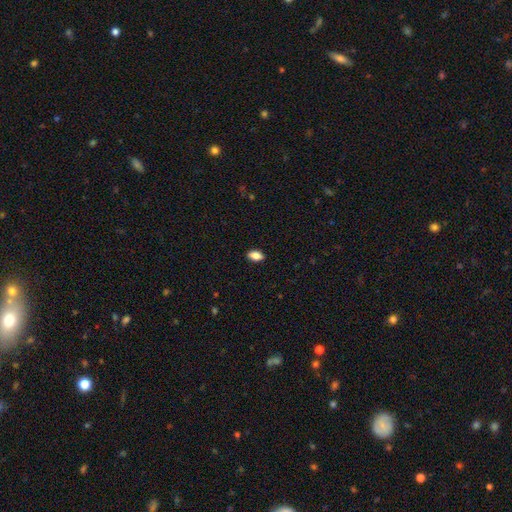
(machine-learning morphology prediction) smooth 86%, star or artifact 8%, featured or disk 6%. Down the decision tree: how rounded — in between (90%); merging — none (89%).